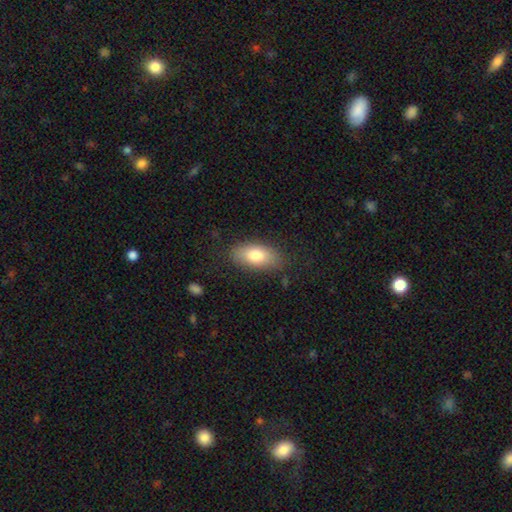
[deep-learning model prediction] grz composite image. It shows a smooth galaxy with no disk features (79%) that is in between round and cigar-shaped (89%). Merging: none (81%).